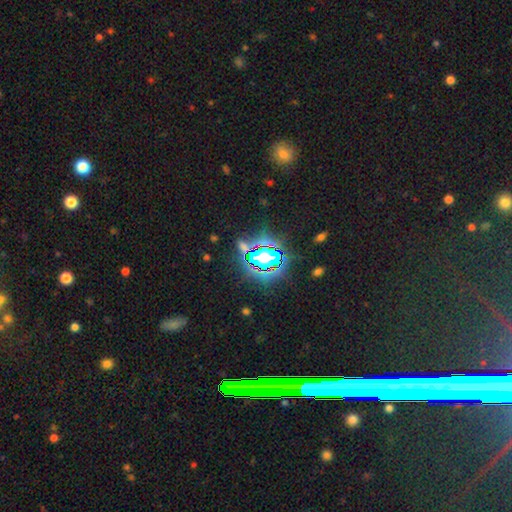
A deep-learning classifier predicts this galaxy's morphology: A star or artifact, not a galaxy (79%).